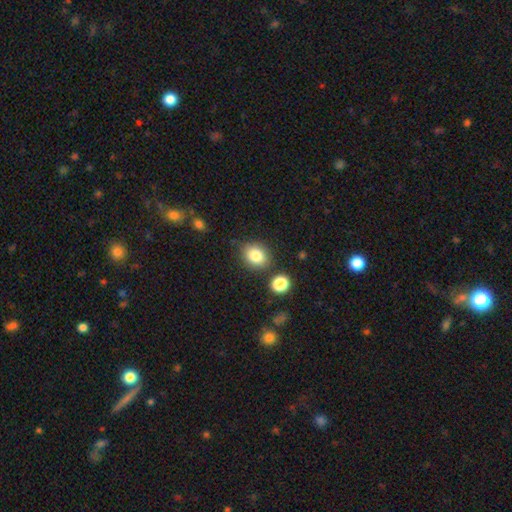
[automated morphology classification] smooth-or-featured: smooth: 82% | star or artifact: 10% | featured or disk: 8%
  how-rounded: round: 52% | in between: 47% | cigar-shaped: 1%
  merging: none: 81% | minor disturbance: 11% | merger: 6% | major disturbance: 3%